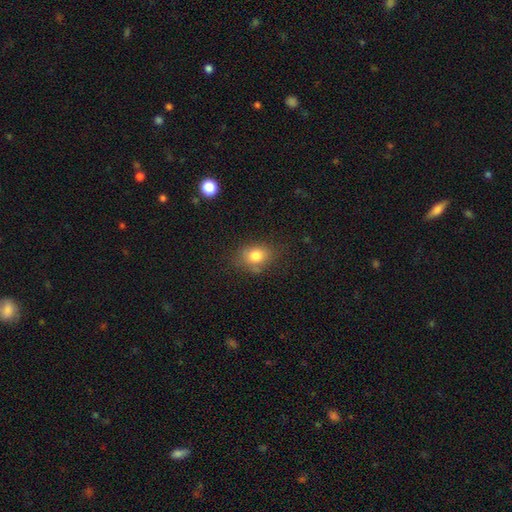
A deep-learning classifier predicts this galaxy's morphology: This appears to be a smooth galaxy with no disk features (80%) that is in between round and cigar-shaped (56%). Merging: none (70%).